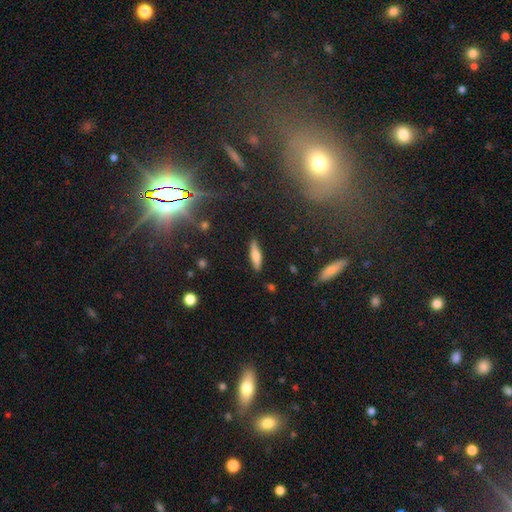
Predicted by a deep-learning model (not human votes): Smooth or featured? smooth (67%)
How rounded? cigar-shaped (66%)
Merging? none (86%)